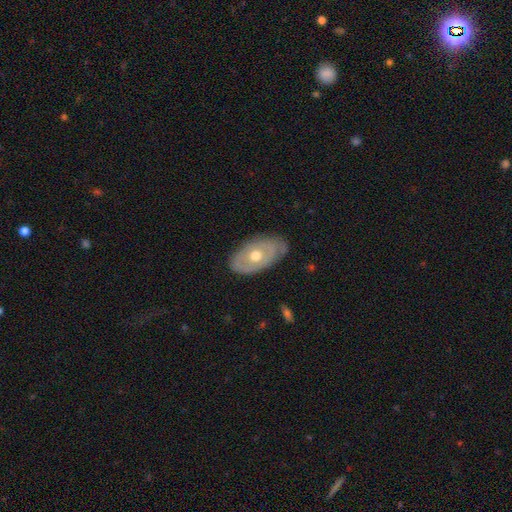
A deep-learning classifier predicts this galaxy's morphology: type=featured or disk (53%); edge-on=no (87%); merging=none (74%).